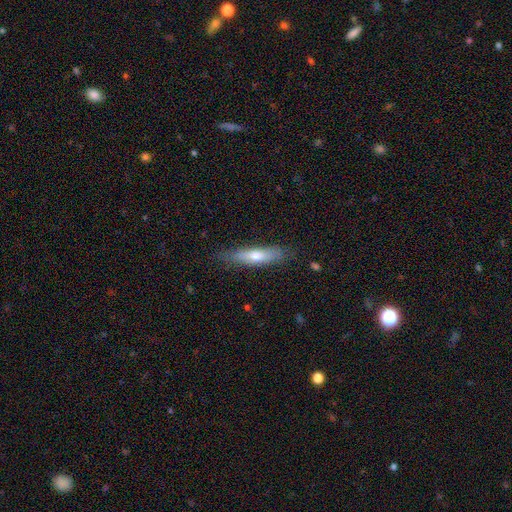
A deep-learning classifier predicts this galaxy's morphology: smooth 58%, featured or disk 35%, star or artifact 7%. Down the decision tree: how rounded — cigar-shaped (79%); merging — none (80%).